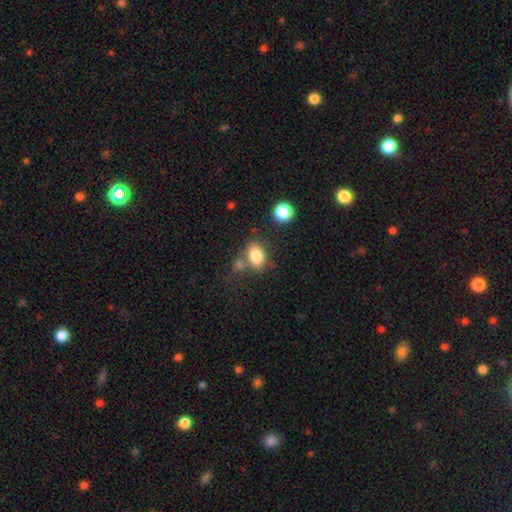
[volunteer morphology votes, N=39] Smooth or featured?
  - smooth: 87% *
  - star or artifact: 10%
  - featured or disk: 3%
How rounded?
  - in between: 71% *
  - round: 29%
  - cigar-shaped: 0%
Merging?
  - none: 69% *
  - minor disturbance: 14%
  - merger: 11%
  - major disturbance: 6%